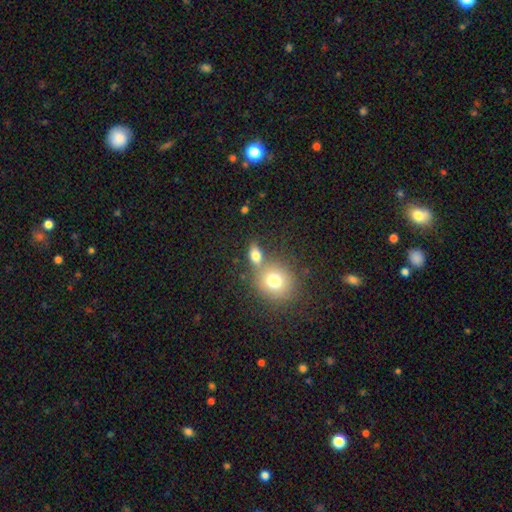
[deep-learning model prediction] A smooth galaxy with no disk features (76%) that is in between round and cigar-shaped (65%). Merging: none (50%).